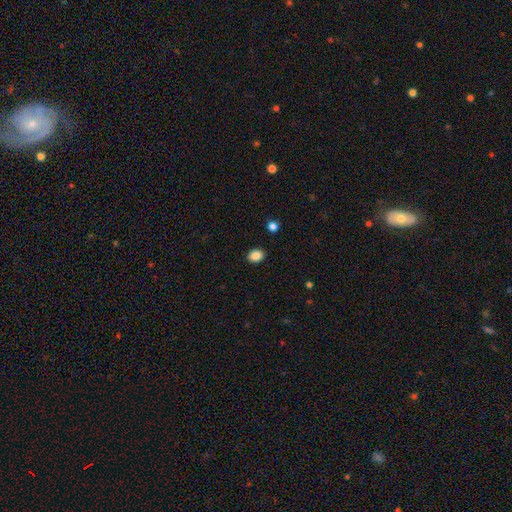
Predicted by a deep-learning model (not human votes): smooth-or-featured: smooth: 87% | star or artifact: 9% | featured or disk: 4%
  how-rounded: in between: 64% | round: 36% | cigar-shaped: 1%
  merging: none: 90% | minor disturbance: 7% | major disturbance: 2% | merger: 1%